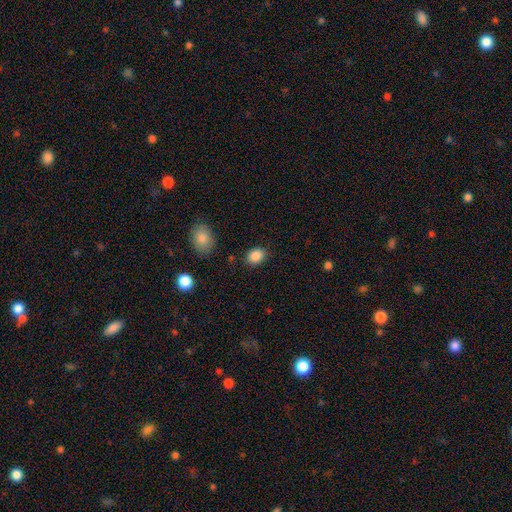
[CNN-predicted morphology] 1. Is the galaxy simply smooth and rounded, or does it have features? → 87% smooth, 9% star or artifact, 4% featured or disk.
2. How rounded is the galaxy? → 61% in between, 38% round, 1% cigar-shaped.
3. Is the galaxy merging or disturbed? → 84% none, 11% minor disturbance, 3% major disturbance, 2% merger.